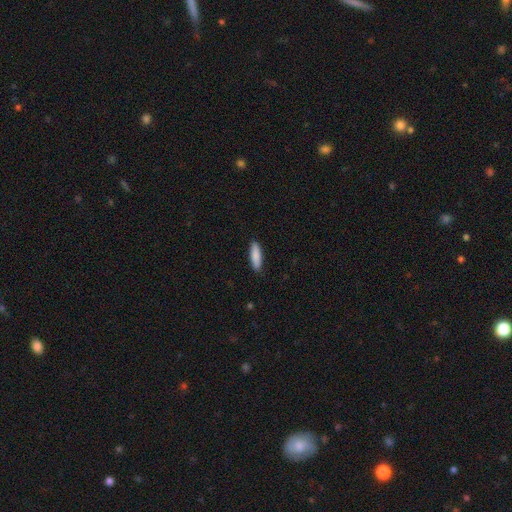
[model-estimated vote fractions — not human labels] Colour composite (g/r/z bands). It shows a smooth galaxy with no disk features (87%) that is cigar-shaped (62%). Merging: none (90%).